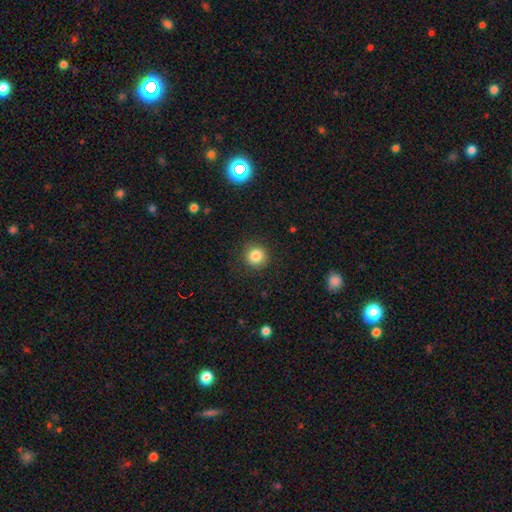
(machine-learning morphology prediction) A smooth galaxy with no disk features (84%) that is round (92%). Merging: none (89%).